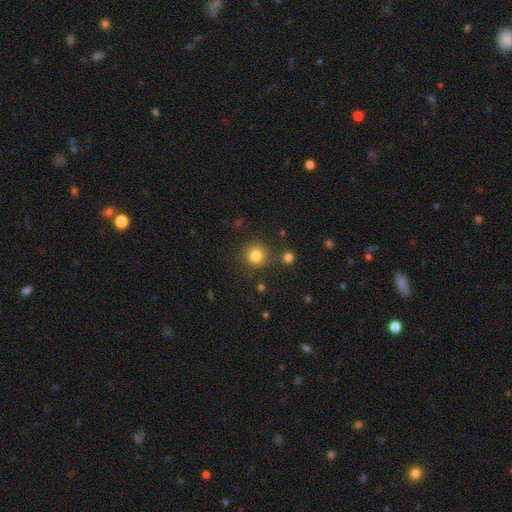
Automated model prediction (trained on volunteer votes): Q: Smooth or featured?
A: smooth (82%); runner-up: star or artifact (13%)
Q: How rounded?
A: round (93%); runner-up: in between (6%)
Q: Merging?
A: none (84%); runner-up: minor disturbance (8%)